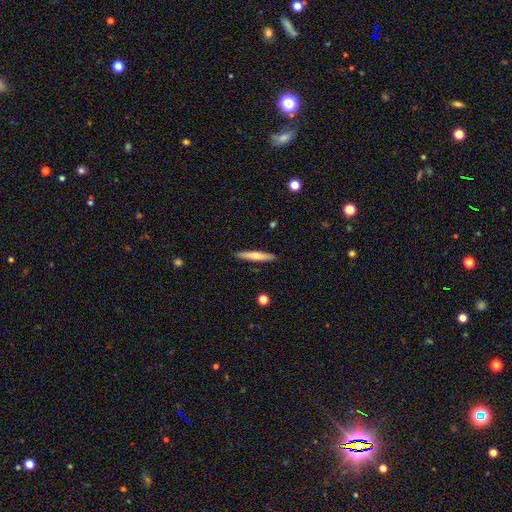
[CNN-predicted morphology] Smooth or featured? smooth (51%)
How rounded? cigar-shaped (91%)
Merging? none (90%)